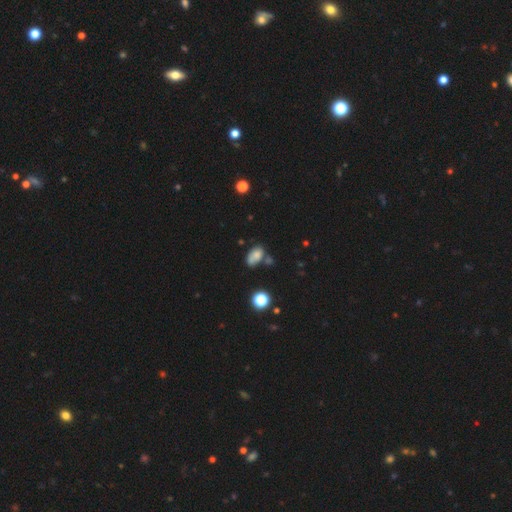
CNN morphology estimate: Smooth or featured?
  - smooth: 73% *
  - featured or disk: 14%
  - star or artifact: 13%
How rounded?
  - in between: 87% *
  - round: 12%
  - cigar-shaped: 2%
Merging?
  - none: 43% *
  - minor disturbance: 25%
  - merger: 22%
  - major disturbance: 10%